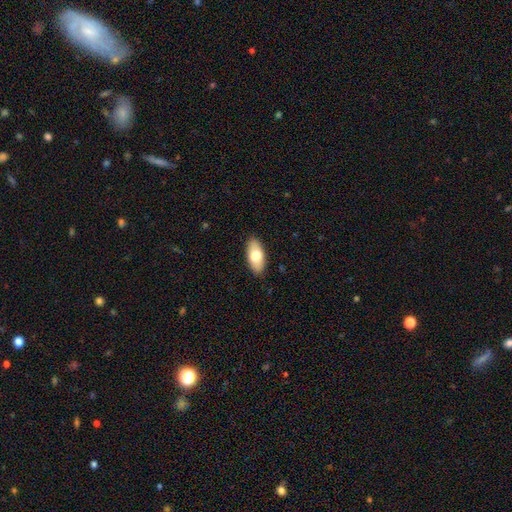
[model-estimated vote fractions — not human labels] smooth 74%, featured or disk 20%, star or artifact 6%. Down the decision tree: how rounded — in between (91%); merging — none (89%).